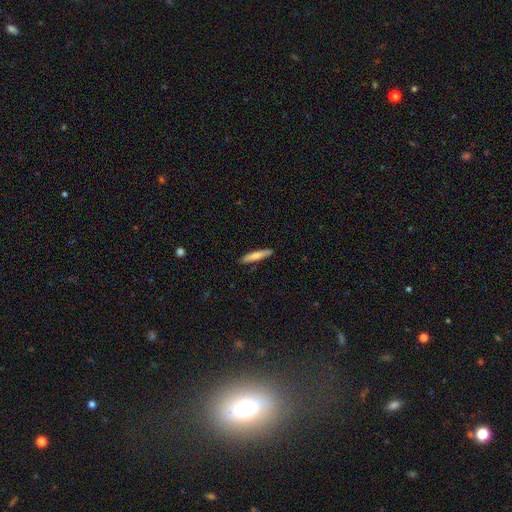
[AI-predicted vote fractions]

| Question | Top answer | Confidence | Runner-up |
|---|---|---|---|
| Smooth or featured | smooth | 71% | featured or disk (23%) |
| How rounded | cigar-shaped | 91% | in between (7%) |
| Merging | none | 86% | minor disturbance (11%) |